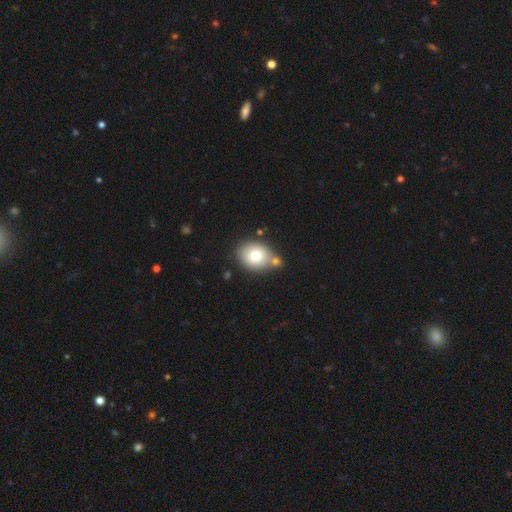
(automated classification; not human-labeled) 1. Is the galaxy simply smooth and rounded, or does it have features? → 78% smooth, 13% featured or disk, 9% star or artifact.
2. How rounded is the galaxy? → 53% in between, 46% round, 1% cigar-shaped.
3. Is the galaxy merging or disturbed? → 62% none, 20% merger, 14% minor disturbance, 4% major disturbance.